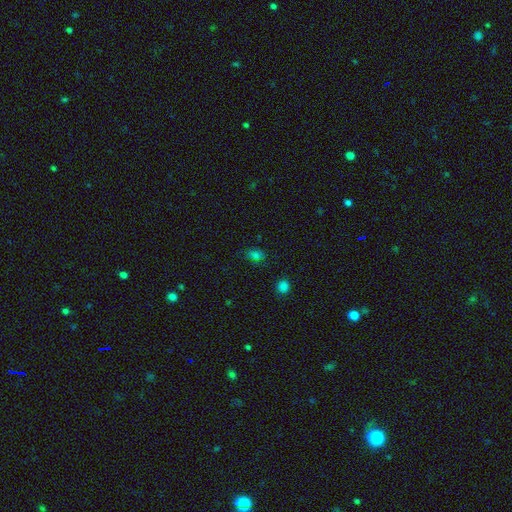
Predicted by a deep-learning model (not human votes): Smooth or featured: smooth — 67% (star or artifact — 26%)
How rounded: in between — 73% (round — 24%)
Merging: none — 74% (minor disturbance — 17%)